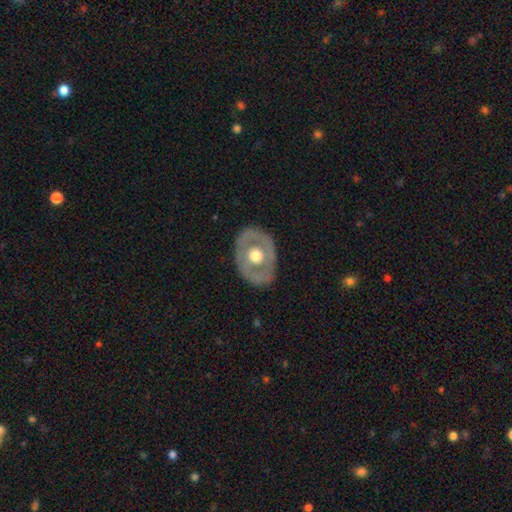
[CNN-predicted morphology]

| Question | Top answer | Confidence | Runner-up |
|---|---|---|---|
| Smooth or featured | featured or disk | 57% | smooth (38%) |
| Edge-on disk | no | 92% | yes (8%) |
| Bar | no | 90% | weak (8%) |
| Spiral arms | no | 89% | yes (11%) |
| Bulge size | moderate | 59% | large (34%) |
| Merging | none | 80% | minor disturbance (13%) |